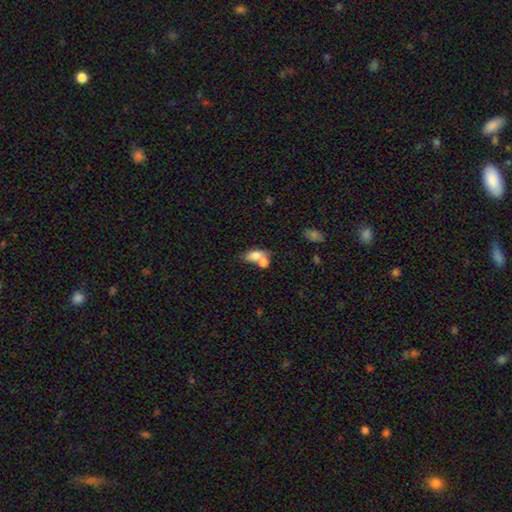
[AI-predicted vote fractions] This appears to be a smooth galaxy with no disk features (77%) that is in between round and cigar-shaped (85%). Merging: merger (53%).